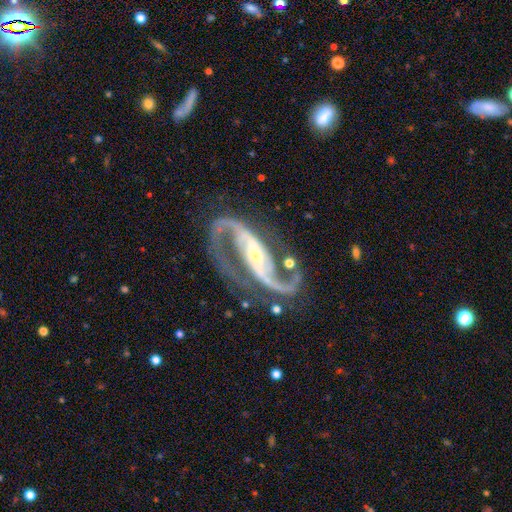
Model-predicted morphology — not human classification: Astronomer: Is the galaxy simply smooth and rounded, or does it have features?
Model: featured or disk — 94%.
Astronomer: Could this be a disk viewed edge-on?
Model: no — 97%.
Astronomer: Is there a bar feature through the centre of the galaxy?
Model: strong — 54%.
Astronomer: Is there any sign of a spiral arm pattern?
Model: yes — 98%.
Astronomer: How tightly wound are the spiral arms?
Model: medium — 59%.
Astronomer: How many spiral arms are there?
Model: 2 — 94%.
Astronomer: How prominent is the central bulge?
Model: small — 74%.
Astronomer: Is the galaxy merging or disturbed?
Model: none — 74%.